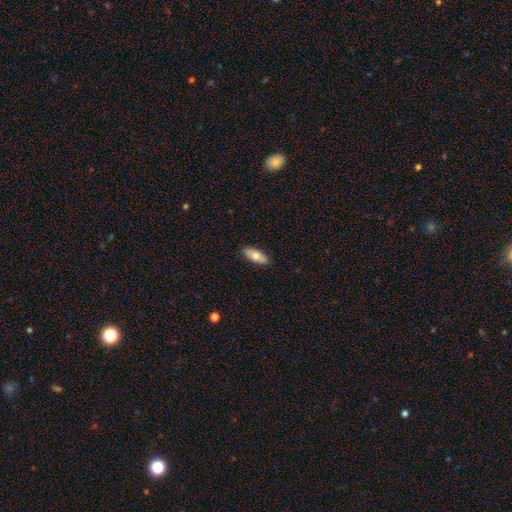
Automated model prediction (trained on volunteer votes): smooth_or_featured: smooth (p=0.74) [alt: featured or disk p=0.20]
how_rounded: in between (p=0.77) [alt: cigar-shaped p=0.21]
merging: none (p=0.89) [alt: minor disturbance p=0.08]